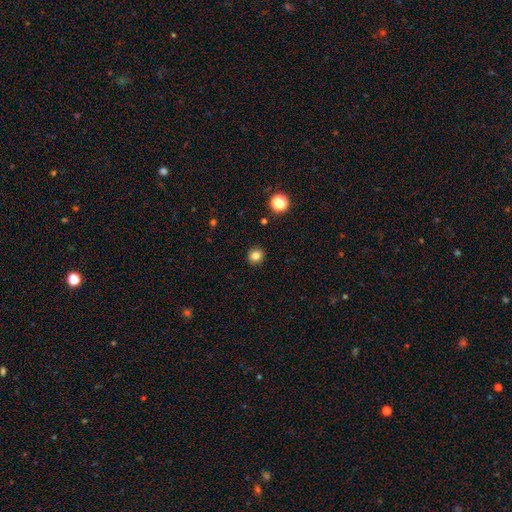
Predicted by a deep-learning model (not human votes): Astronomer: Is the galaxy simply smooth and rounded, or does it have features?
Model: smooth — 82%.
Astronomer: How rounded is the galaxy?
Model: round — 88%.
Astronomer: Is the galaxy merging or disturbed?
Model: none — 92%.